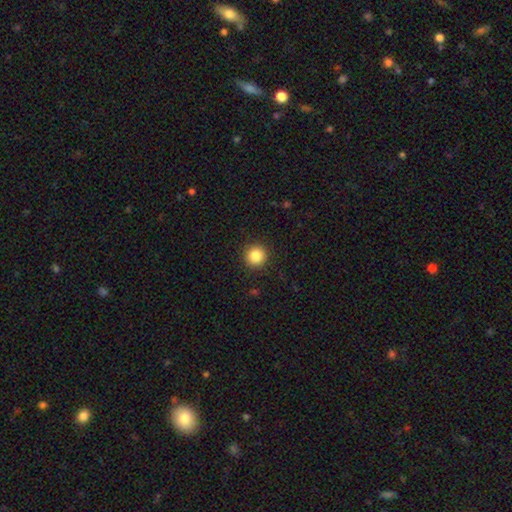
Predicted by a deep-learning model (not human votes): This is clearly a smooth galaxy (86%). How rounded: clearly round (95%). Merging: clearly none (92%).